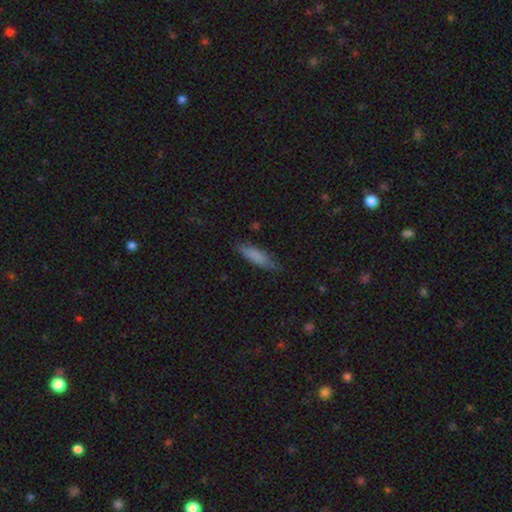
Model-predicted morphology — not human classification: Q: Smooth or featured?
A: smooth (81%); runner-up: featured or disk (12%)
Q: How rounded?
A: cigar-shaped (69%); runner-up: in between (29%)
Q: Merging?
A: none (80%); runner-up: minor disturbance (16%)